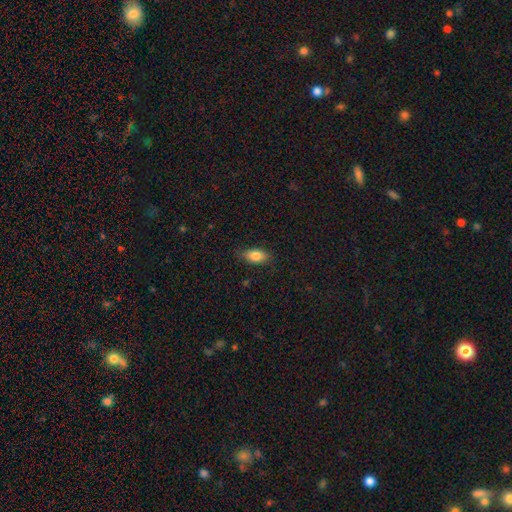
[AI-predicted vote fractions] Morphology: type=smooth (82%); roundness=in between (88%); merging=none (84%).